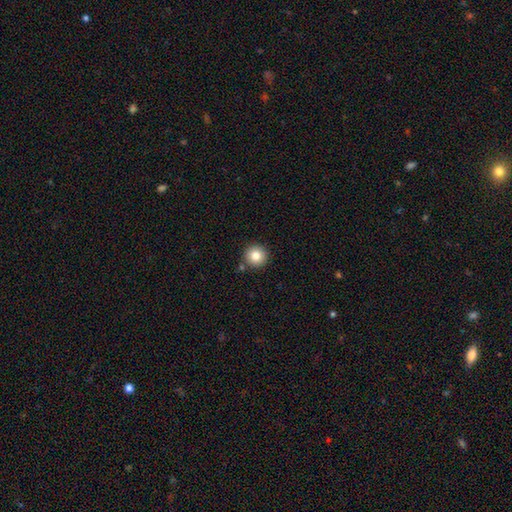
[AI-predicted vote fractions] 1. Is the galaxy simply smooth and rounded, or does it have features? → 83% smooth, 10% star or artifact, 7% featured or disk.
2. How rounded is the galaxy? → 95% round, 4% in between, 1% cigar-shaped.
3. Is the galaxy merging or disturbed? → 87% none, 7% minor disturbance, 4% merger, 2% major disturbance.